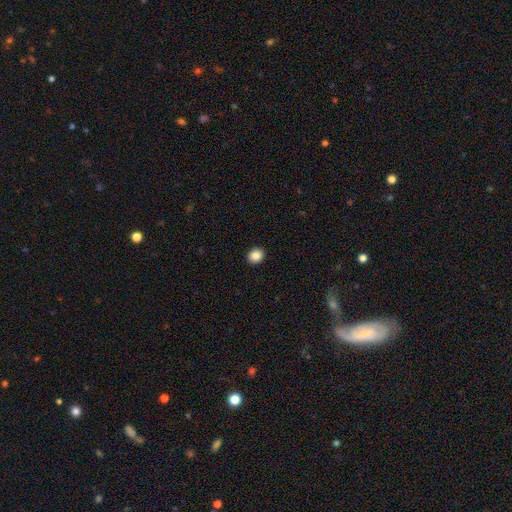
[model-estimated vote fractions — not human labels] Smooth or featured?
  - smooth: 87% *
  - star or artifact: 9%
  - featured or disk: 4%
How rounded?
  - round: 73% *
  - in between: 27%
  - cigar-shaped: 1%
Merging?
  - none: 93% *
  - minor disturbance: 5%
  - major disturbance: 2%
  - merger: 1%